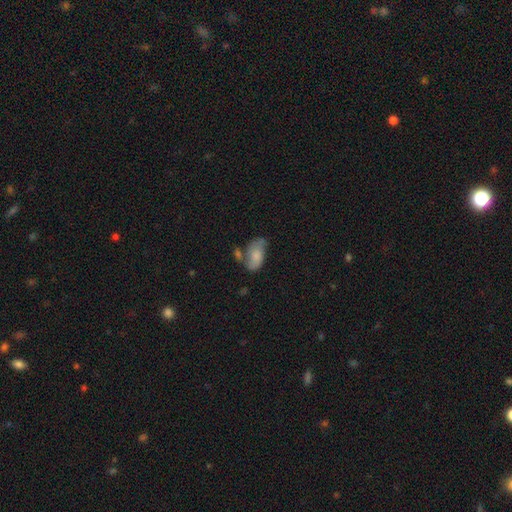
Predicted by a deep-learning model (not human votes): Q: Smooth or featured?
A: smooth (63%); runner-up: featured or disk (30%)
Q: How rounded?
A: in between (92%); runner-up: round (5%)
Q: Merging?
A: none (40%); runner-up: minor disturbance (28%)